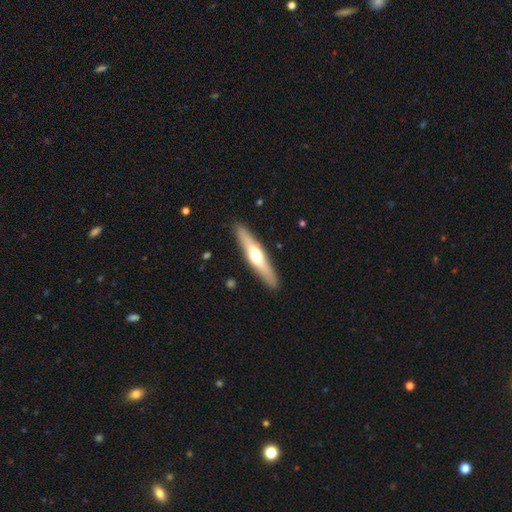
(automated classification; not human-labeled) The model was most divided on "smooth or featured": featured or disk: 53%, smooth: 43%, star or artifact: 5%. More confident: edge-on disk — yes (91%); merging — none (90%).